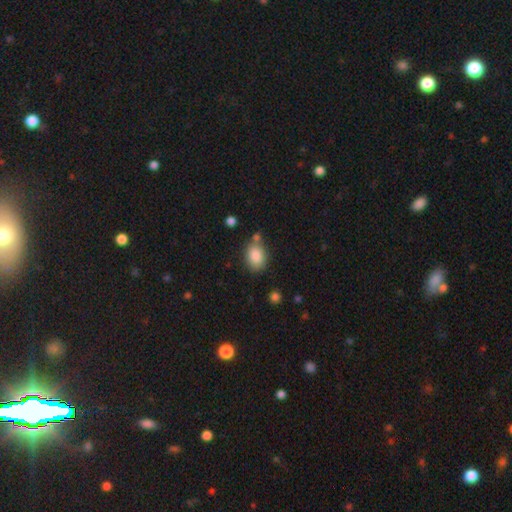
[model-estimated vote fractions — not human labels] A smooth galaxy with no disk features (87%) that is in between round and cigar-shaped (75%). Merging: none (69%).